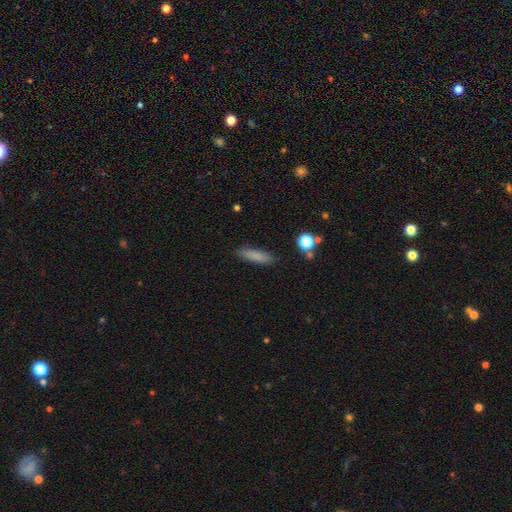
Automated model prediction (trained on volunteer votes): Morphology: type=smooth (81%); roundness=cigar-shaped (78%); merging=none (87%).